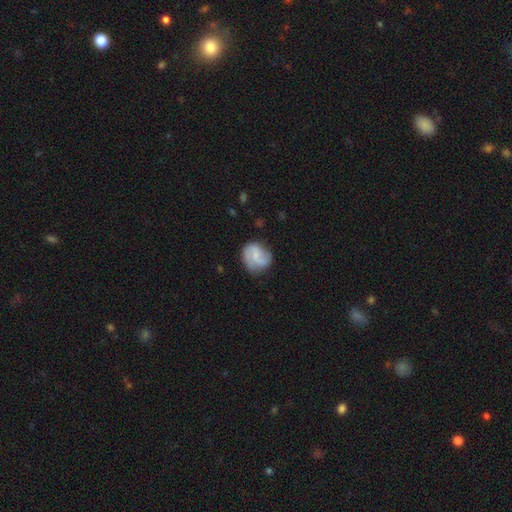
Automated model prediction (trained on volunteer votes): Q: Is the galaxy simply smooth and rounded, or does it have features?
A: featured or disk — 61%.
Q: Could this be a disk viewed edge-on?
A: no — 98%.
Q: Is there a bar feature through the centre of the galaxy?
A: no — 51%.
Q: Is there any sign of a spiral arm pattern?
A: yes — 91%.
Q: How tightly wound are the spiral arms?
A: medium — 46%.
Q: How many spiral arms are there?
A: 2 — 69%.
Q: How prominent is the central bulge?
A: small — 45%.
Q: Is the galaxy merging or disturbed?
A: none — 65%.